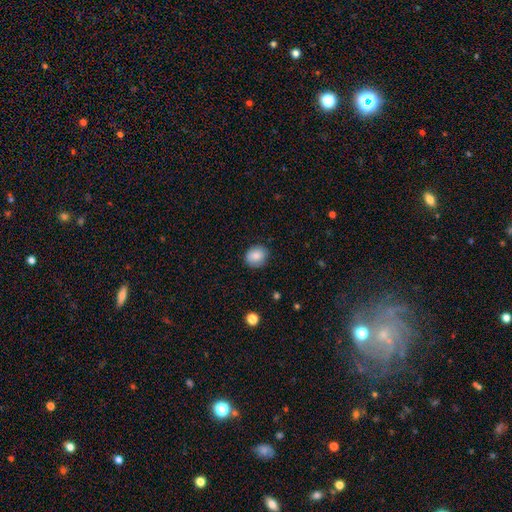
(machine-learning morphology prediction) Smooth or featured? Predicted: smooth (p=0.85). How rounded? Predicted: round (p=0.74). Merging? Predicted: none (p=0.86).